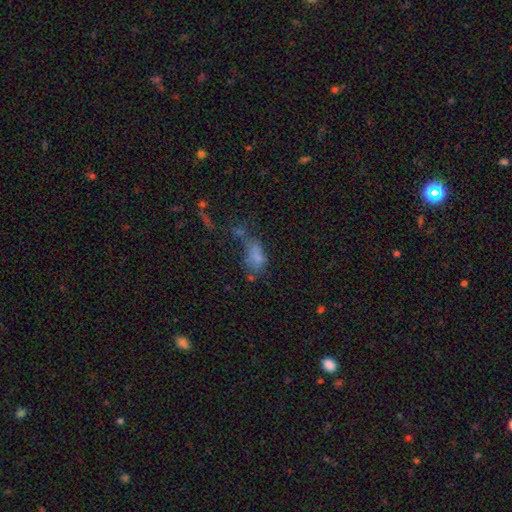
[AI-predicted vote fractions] smooth_or_featured: smooth (p=0.61) [alt: featured or disk p=0.20]
how_rounded: in between (p=0.85) [alt: round p=0.10]
merging: merger (p=0.32) [alt: major disturbance p=0.31]